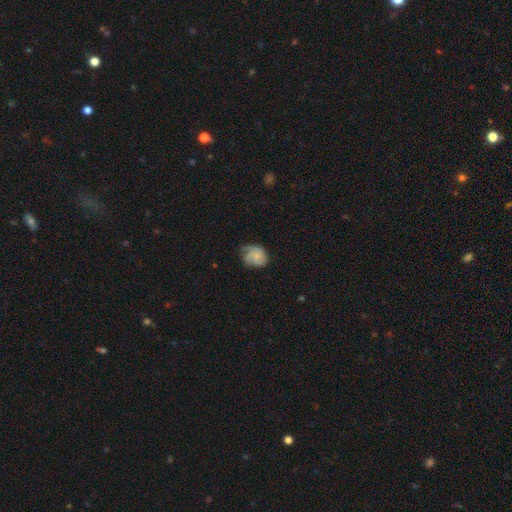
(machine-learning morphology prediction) Smooth or featured?
  - featured or disk: 47% *
  - smooth: 45%
  - star or artifact: 8%
Merging?
  - none: 47% *
  - minor disturbance: 34%
  - major disturbance: 18%
  - merger: 2%